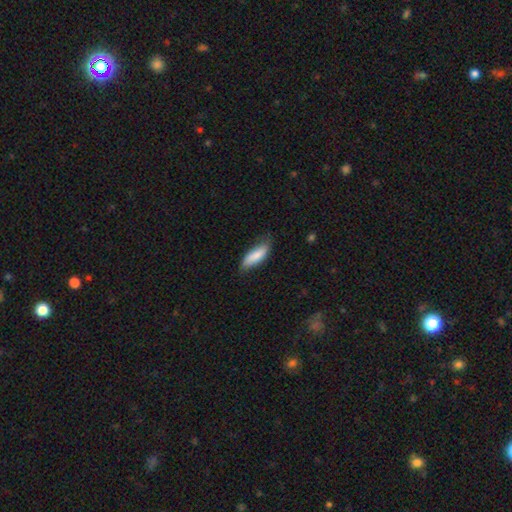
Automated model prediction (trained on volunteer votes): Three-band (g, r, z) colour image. It shows a smooth galaxy with no disk features (80%) that is in between round and cigar-shaped (61%). Merging: none (64%).